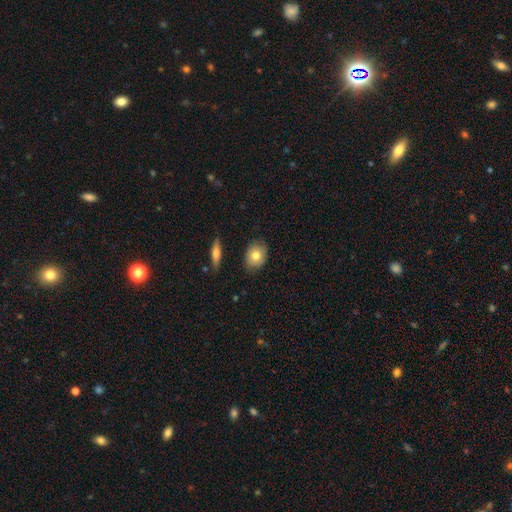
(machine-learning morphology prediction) Overall: smooth (76%). How rounded: in between (51%; round 47%). Merging: none (84%).